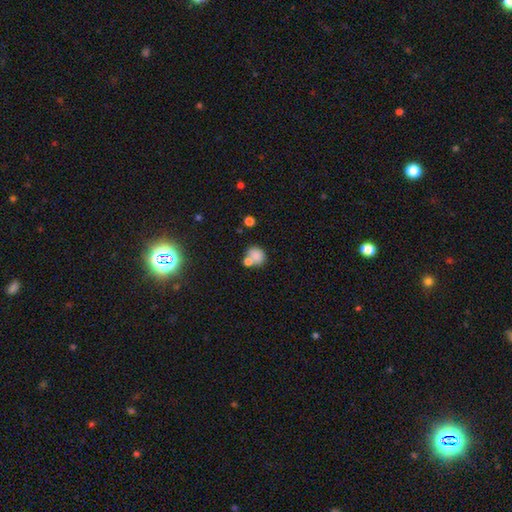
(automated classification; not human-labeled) A smooth galaxy with no disk features (80%) that is round (73%).

Vote fractions:
- Smooth or featured? smooth: 80% / star or artifact: 11% / featured or disk: 9%
- How rounded? round: 73% / in between: 26% / cigar-shaped: 1%
- Merging? none: 54% / merger: 27% / minor disturbance: 13% / major disturbance: 5%